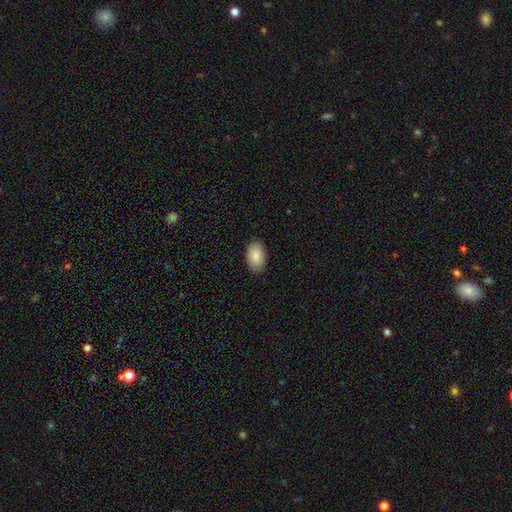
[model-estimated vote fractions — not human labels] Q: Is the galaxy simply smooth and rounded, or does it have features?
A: smooth — 89%.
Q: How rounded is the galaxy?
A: in between — 92%.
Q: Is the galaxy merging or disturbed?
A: none — 87%.